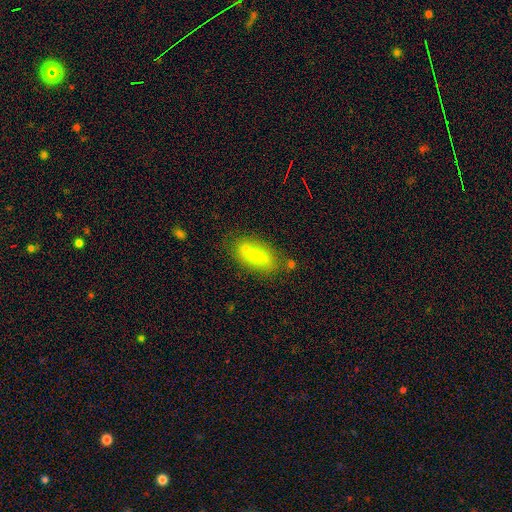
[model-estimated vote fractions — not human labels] smooth_or_featured: smooth (p=0.71) [alt: featured or disk p=0.20]
how_rounded: in between (p=0.78) [alt: cigar-shaped p=0.18]
merging: none (p=0.57) [alt: merger p=0.18]